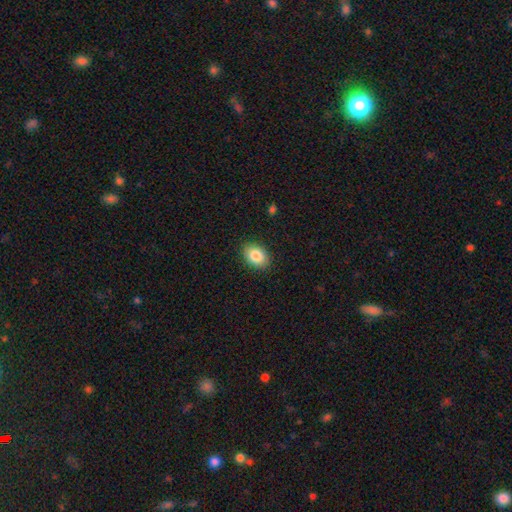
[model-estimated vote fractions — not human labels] smooth-or-featured: smooth: 85% | star or artifact: 8% | featured or disk: 7%
  how-rounded: in between: 81% | round: 18% | cigar-shaped: 1%
  merging: none: 88% | minor disturbance: 9% | major disturbance: 2% | merger: 1%